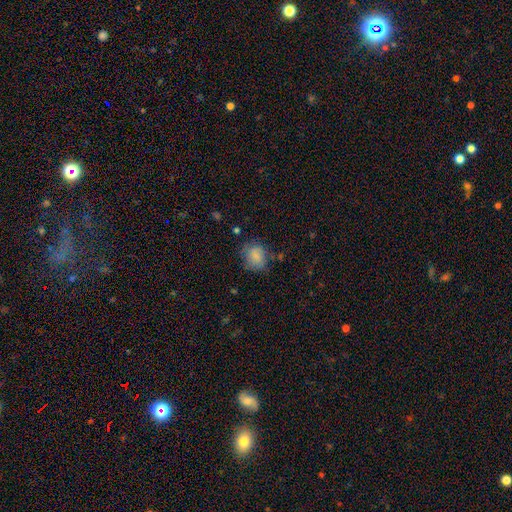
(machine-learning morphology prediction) The model was most divided on "how rounded": round: 71%, in between: 28%, cigar-shaped: 1%. More confident: smooth or featured — smooth (79%); merging — none (68%).